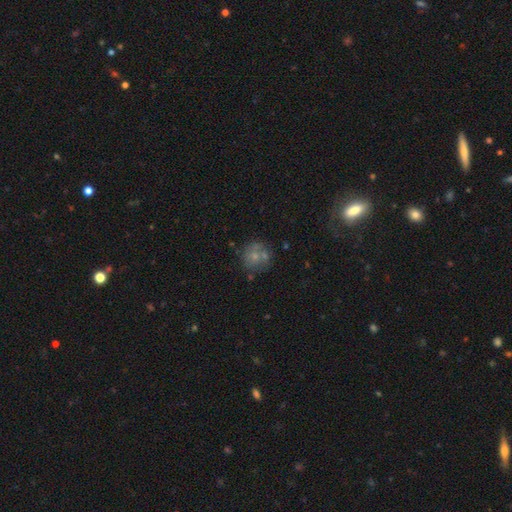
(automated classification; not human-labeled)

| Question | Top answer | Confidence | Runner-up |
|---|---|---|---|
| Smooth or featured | smooth | 58% | featured or disk (29%) |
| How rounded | round | 84% | in between (15%) |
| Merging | none | 55% | merger (19%) |